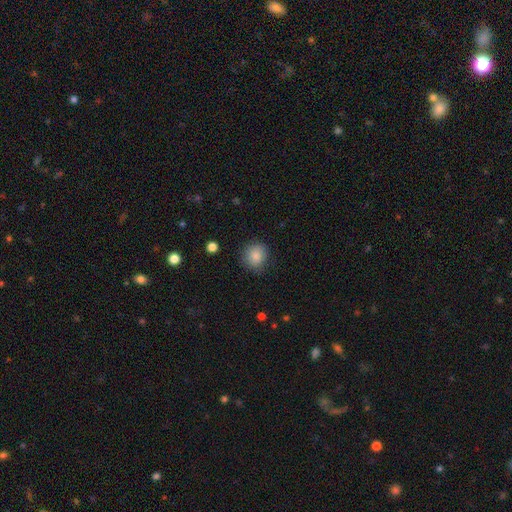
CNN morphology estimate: A smooth galaxy with no disk features (86%) that is round (81%).

Vote fractions:
- Smooth or featured? smooth: 86% / star or artifact: 9% / featured or disk: 5%
- How rounded? round: 81% / in between: 18% / cigar-shaped: 1%
- Merging? none: 81% / minor disturbance: 14% / major disturbance: 4% / merger: 1%